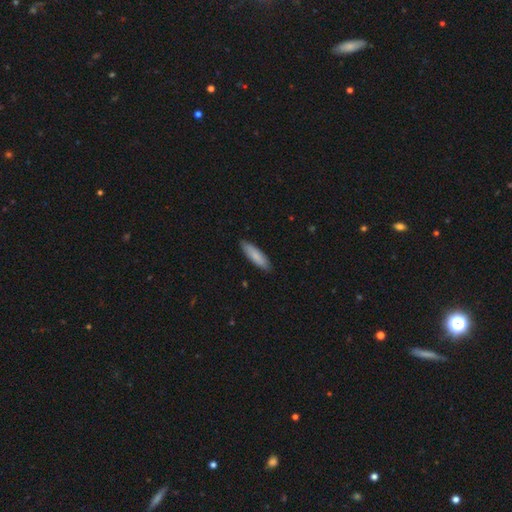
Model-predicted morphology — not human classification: Overall: smooth (84%). How rounded: cigar-shaped (64%; in between 35%). Merging: none (87%).